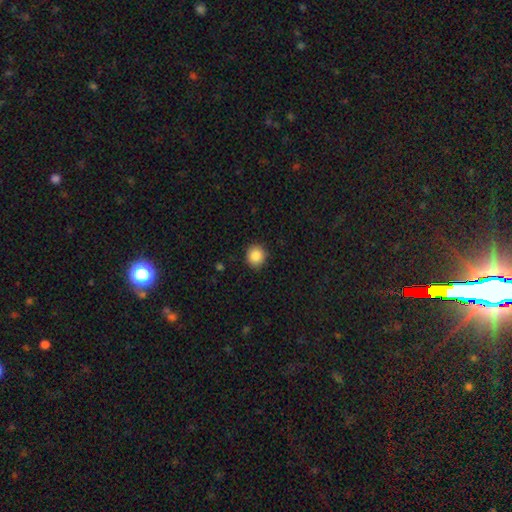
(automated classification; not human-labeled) Smooth or featured: smooth — 86% (star or artifact — 9%)
How rounded: round — 88% (in between — 11%)
Merging: none — 89% (minor disturbance — 8%)